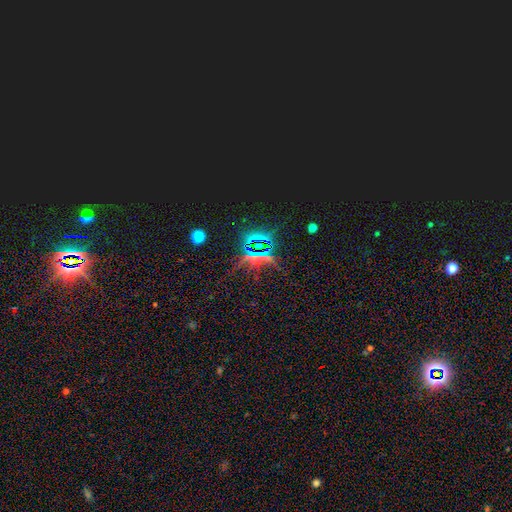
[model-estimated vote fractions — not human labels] Smooth or featured? Predicted: star or artifact (p=0.79).